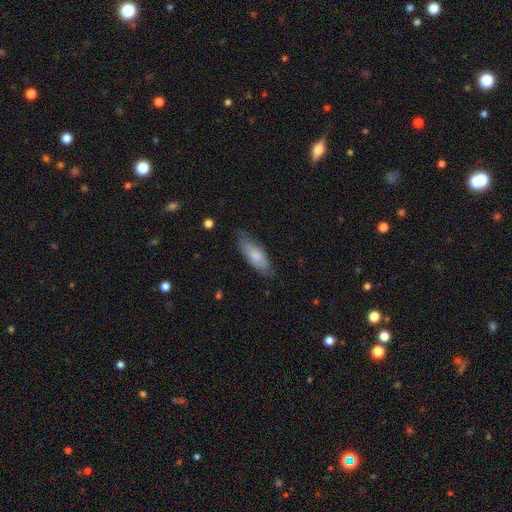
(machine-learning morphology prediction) This is likely a smooth galaxy (73%). How rounded: likely in between (72%). Merging: likely none (69%).